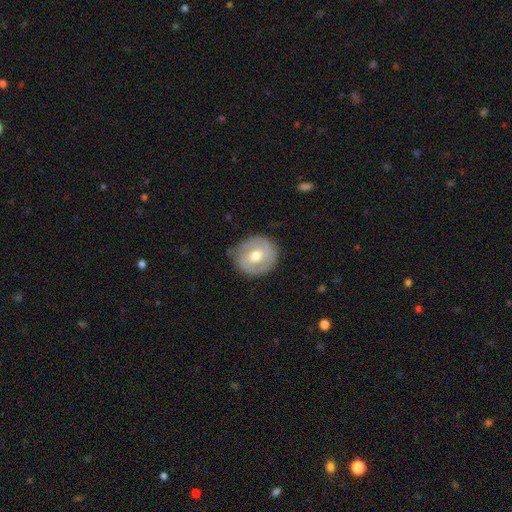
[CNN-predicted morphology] A featured or disk galaxy (50%). Merging: none (79%).